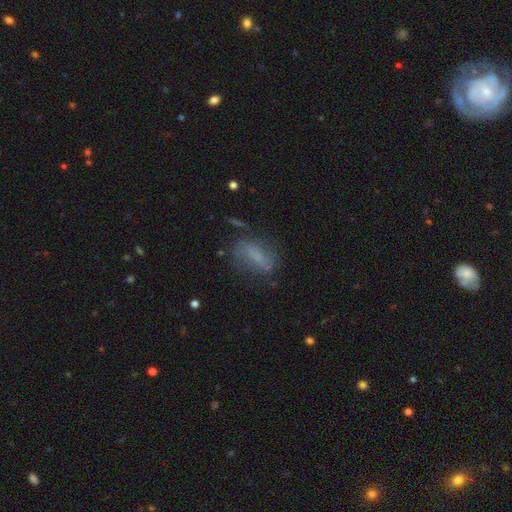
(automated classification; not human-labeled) The model was most divided on "smooth or featured": smooth: 53%, featured or disk: 34%, star or artifact: 14%. More confident: how rounded — in between (66%); merging — none (58%).